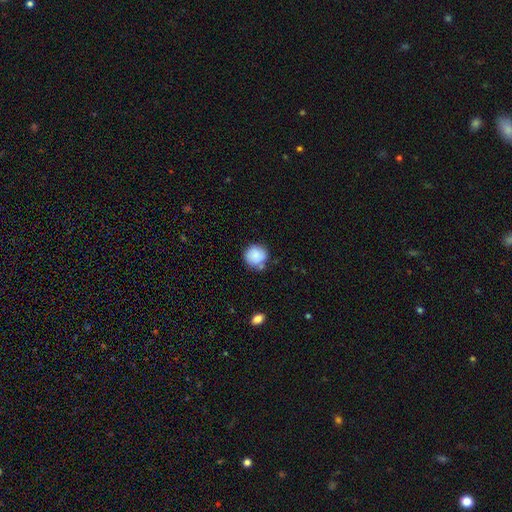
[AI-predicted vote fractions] smooth-or-featured: smooth: 86% | star or artifact: 8% | featured or disk: 7%
  how-rounded: round: 92% | in between: 7% | cigar-shaped: 1%
  merging: none: 72% | minor disturbance: 17% | merger: 7% | major disturbance: 4%